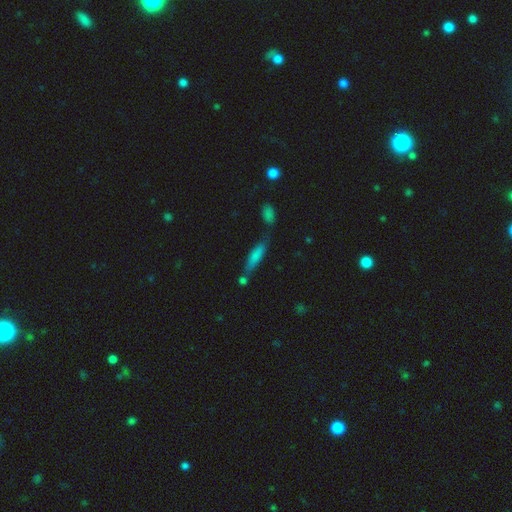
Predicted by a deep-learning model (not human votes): A smooth galaxy with no disk features (72%) that is cigar-shaped (75%). Merging: none (58%).